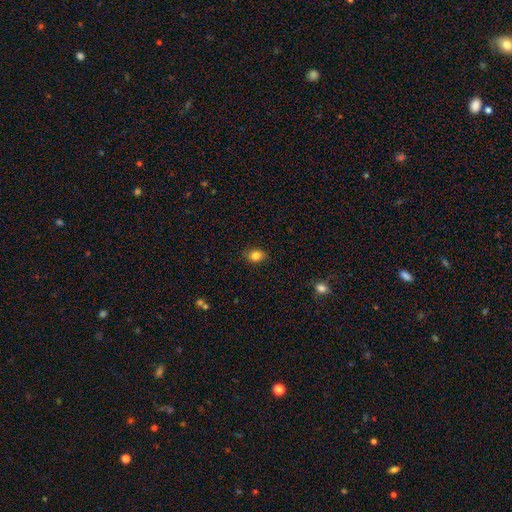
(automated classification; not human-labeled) Q: Smooth or featured?
A: smooth (83%); runner-up: star or artifact (10%)
Q: How rounded?
A: in between (61%); runner-up: round (38%)
Q: Merging?
A: none (87%); runner-up: minor disturbance (10%)